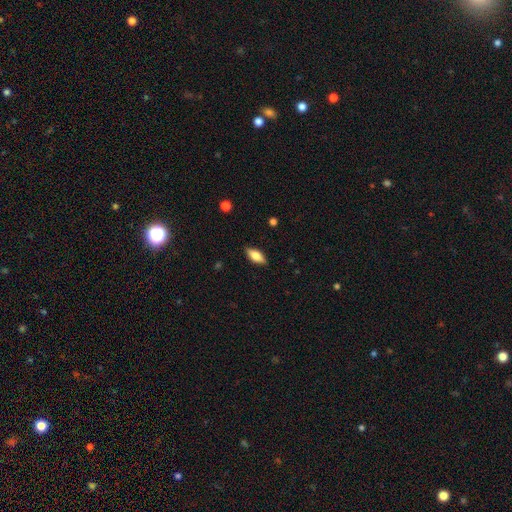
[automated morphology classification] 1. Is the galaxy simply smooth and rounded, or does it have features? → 72% smooth, 21% featured or disk, 7% star or artifact.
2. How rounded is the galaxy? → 81% in between, 17% cigar-shaped, 3% round.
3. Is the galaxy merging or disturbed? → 87% none, 10% minor disturbance, 2% major disturbance, 1% merger.